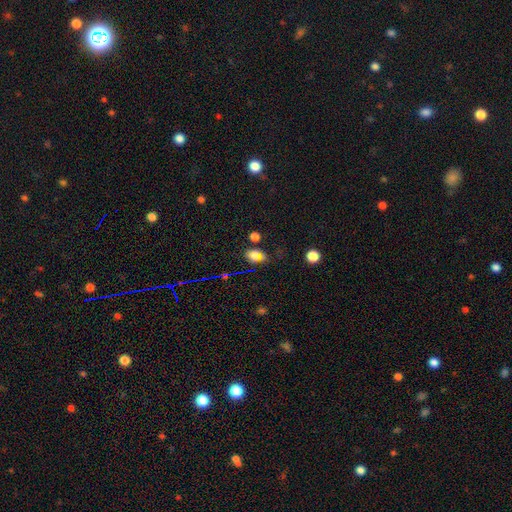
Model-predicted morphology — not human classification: smooth-or-featured: smooth: 69% | star or artifact: 23% | featured or disk: 9%
  how-rounded: in between: 64% | round: 34% | cigar-shaped: 2%
  merging: none: 67% | minor disturbance: 17% | merger: 10% | major disturbance: 7%